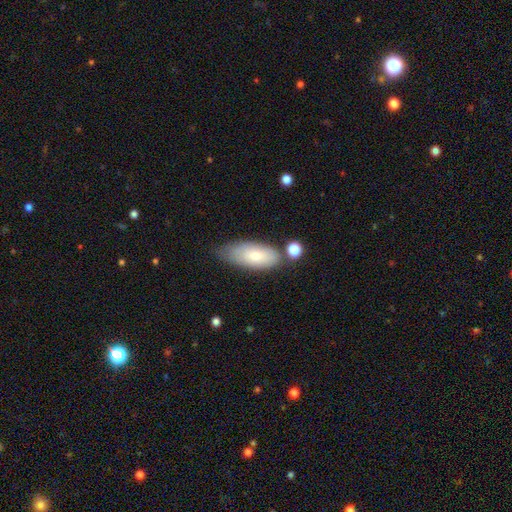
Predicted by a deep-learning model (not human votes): A smooth galaxy with no disk features (76%) that is in between round and cigar-shaped (86%).

Vote fractions:
- Smooth or featured? smooth: 76% / featured or disk: 18% / star or artifact: 6%
- How rounded? in between: 86% / cigar-shaped: 12% / round: 3%
- Merging? none: 60% / minor disturbance: 25% / merger: 9% / major disturbance: 6%